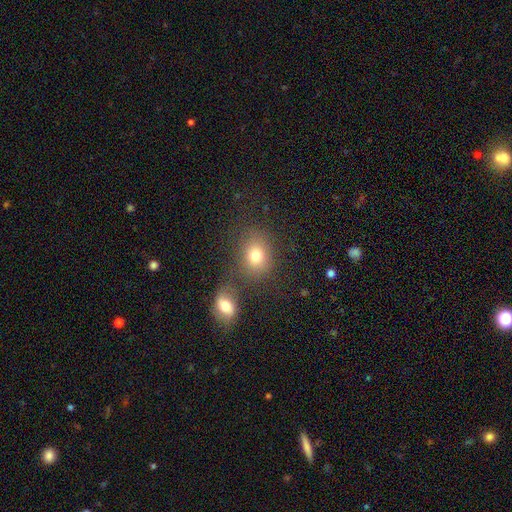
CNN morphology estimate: Smooth or featured: smooth — 78% (star or artifact — 12%)
How rounded: round — 52% (in between — 47%)
Merging: none — 63% (merger — 19%)